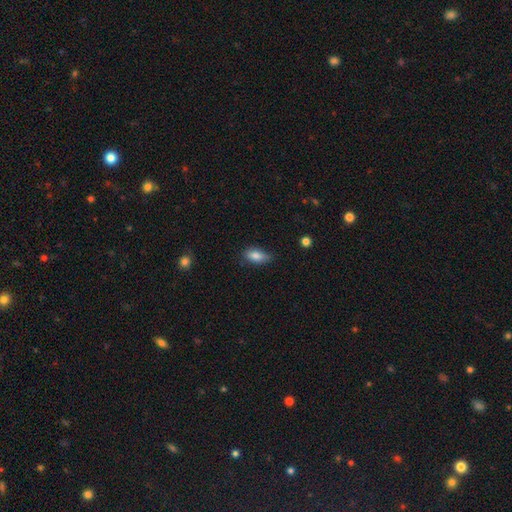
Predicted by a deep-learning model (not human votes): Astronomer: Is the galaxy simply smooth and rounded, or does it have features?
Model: smooth — 81%.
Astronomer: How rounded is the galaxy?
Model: in between — 81%.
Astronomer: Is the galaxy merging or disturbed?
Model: none — 66%.